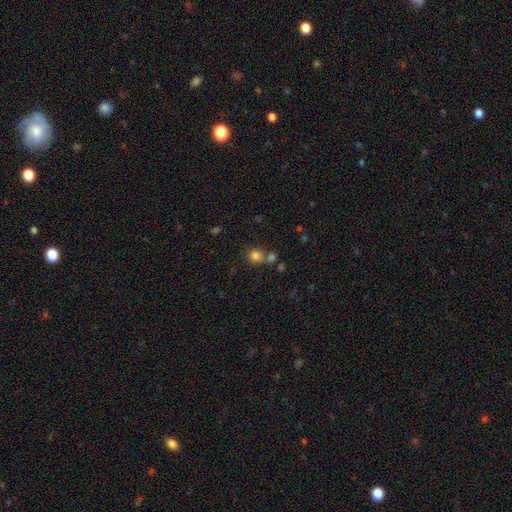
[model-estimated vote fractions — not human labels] smooth 80%, star or artifact 13%, featured or disk 6%. Down the decision tree: how rounded — round (81%); merging — none (60%).